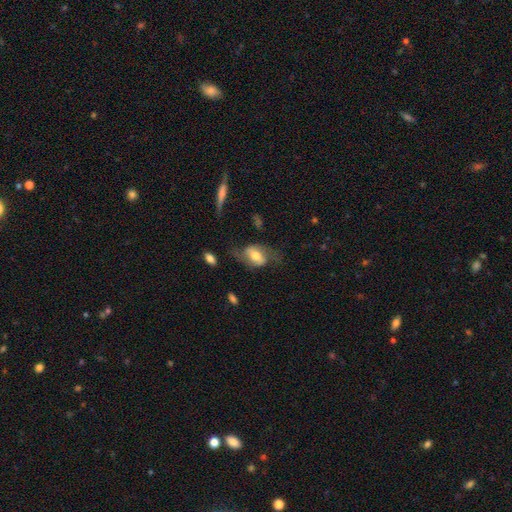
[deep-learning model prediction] Smooth or featured?
  - featured or disk: 54% *
  - smooth: 39%
  - star or artifact: 7%
Edge-on disk?
  - no: 92% *
  - yes: 8%
Bar?
  - weak: 40% *
  - no: 31%
  - strong: 29%
Spiral arms?
  - yes: 79% *
  - no: 21%
Bulge size?
  - moderate: 63% *
  - large: 21%
  - small: 12%
  - dominant: 3%
  - none: 2%
Merging?
  - none: 55% *
  - minor disturbance: 23%
  - major disturbance: 20%
  - merger: 3%